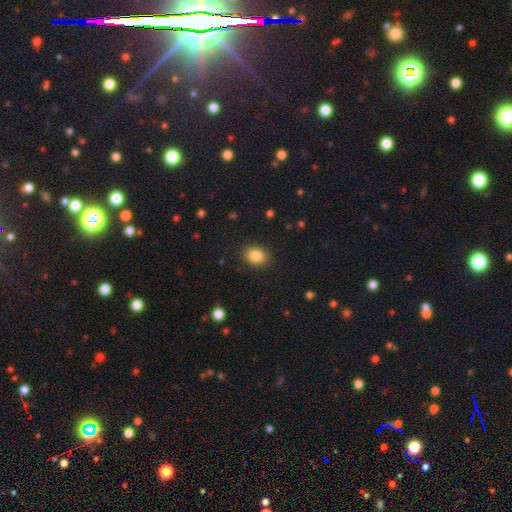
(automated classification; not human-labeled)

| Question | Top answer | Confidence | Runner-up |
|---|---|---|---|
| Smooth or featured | smooth | 84% | star or artifact (9%) |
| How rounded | in between | 56% | round (43%) |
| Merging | none | 88% | minor disturbance (9%) |